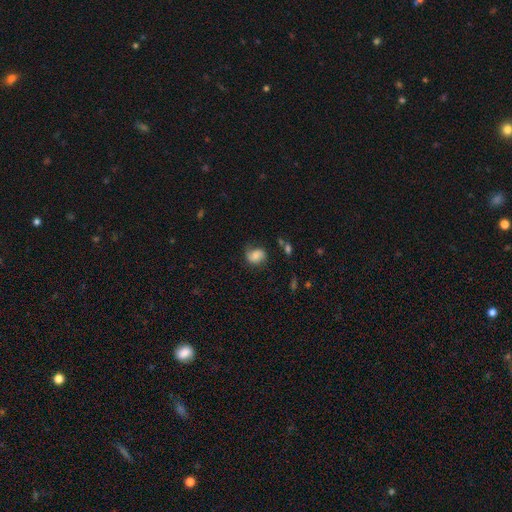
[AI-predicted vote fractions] This appears to be a smooth galaxy with no disk features (63%) that is in between round and cigar-shaped (54%). Merging: none (52%).